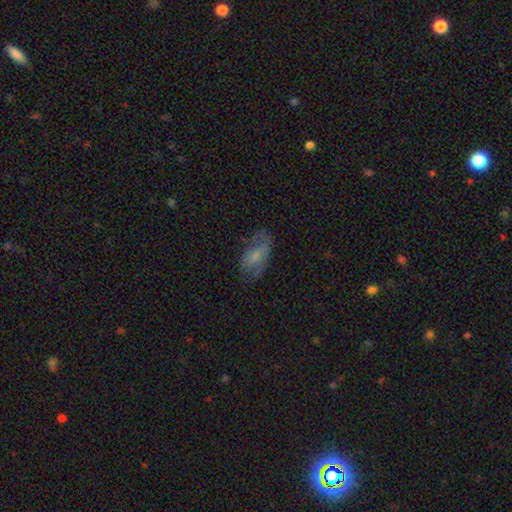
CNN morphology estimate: The model was most divided on "smooth or featured": smooth: 56%, featured or disk: 36%, star or artifact: 9%. More confident: how rounded — in between (90%); merging — none (58%).